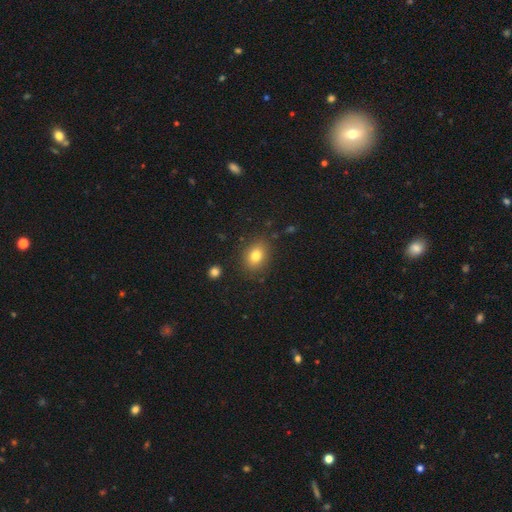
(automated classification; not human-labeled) smooth_or_featured: smooth (p=0.80) [alt: star or artifact p=0.10]
how_rounded: in between (p=0.68) [alt: round p=0.31]
merging: none (p=0.84) [alt: minor disturbance p=0.11]